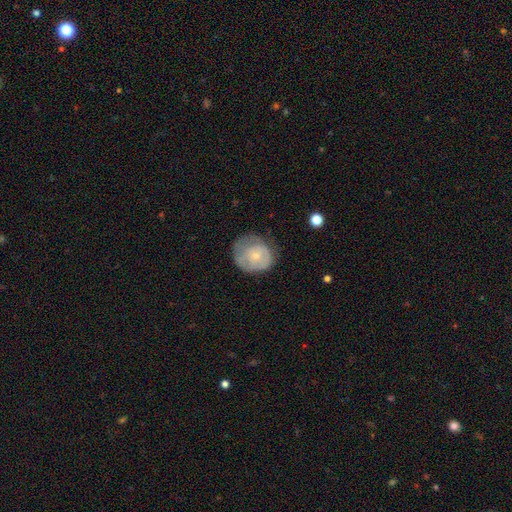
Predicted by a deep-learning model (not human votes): This appears to be a smooth galaxy with no disk features (54%) that is round (71%). Merging: none (51%).